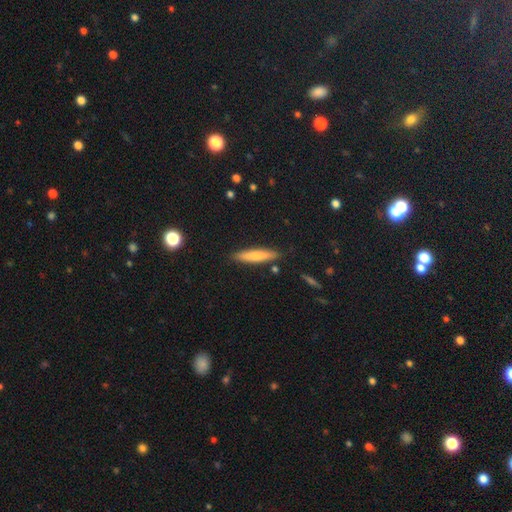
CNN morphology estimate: This is likely a smooth galaxy (71%). How rounded: clearly cigar-shaped (84%). Merging: clearly none (87%).